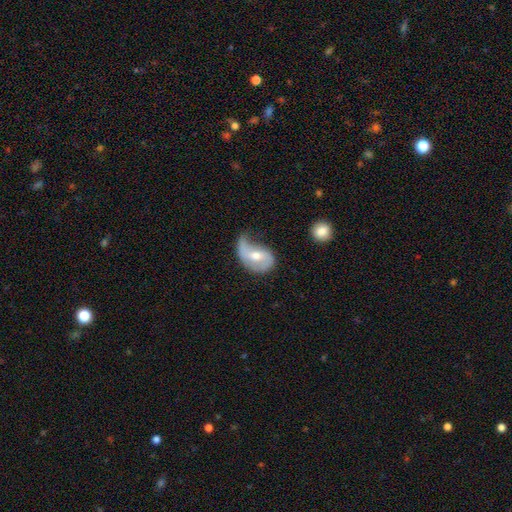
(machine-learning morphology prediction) type=featured or disk (60%); edge-on=no (96%); bar=no (42%); spiral arms=yes (79%); bulge=moderate (64%); merging=minor disturbance (38%).